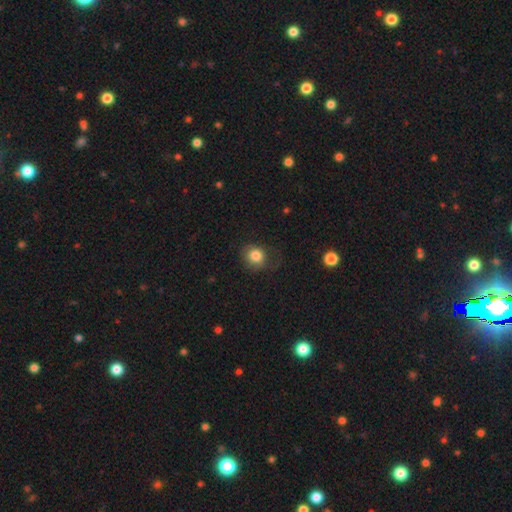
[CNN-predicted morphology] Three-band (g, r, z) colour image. It shows a smooth galaxy with no disk features (82%) that is round (77%). Merging: none (63%).